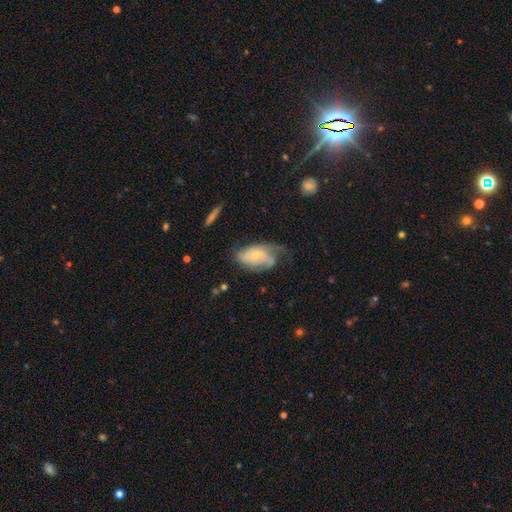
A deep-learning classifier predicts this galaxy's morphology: This is likely a featured or disk galaxy (66%). It is clearly not viewed edge-on (95%). Bar: possibly no (57%). Spiral arm pattern: clearly yes (86%). Spiral arm count: marginally 2 (40%). Spiral winding: marginally medium (41%). Central bulge: likely small (61%). Merging: marginally none (35%).